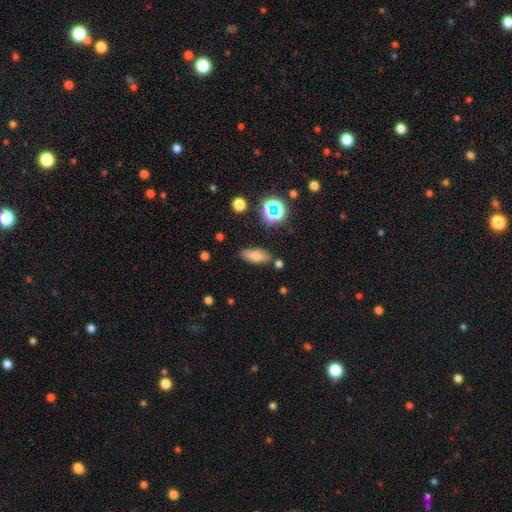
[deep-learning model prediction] Smooth or featured?
  - smooth: 71% *
  - featured or disk: 16%
  - star or artifact: 13%
How rounded?
  - in between: 78% *
  - cigar-shaped: 17%
  - round: 5%
Merging?
  - none: 82% *
  - minor disturbance: 11%
  - merger: 5%
  - major disturbance: 3%